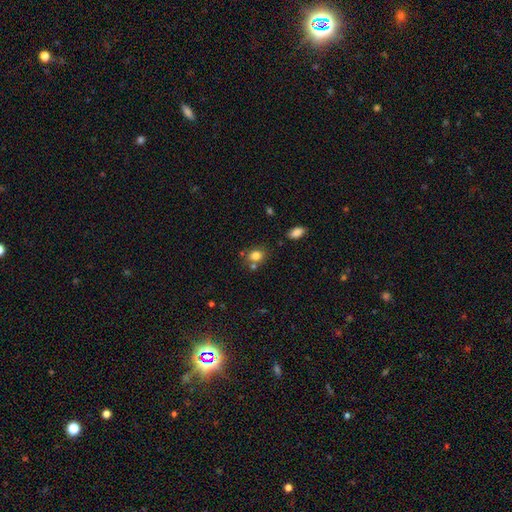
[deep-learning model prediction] Morphology: type=smooth (80%); roundness=round (55%); merging=none (65%).